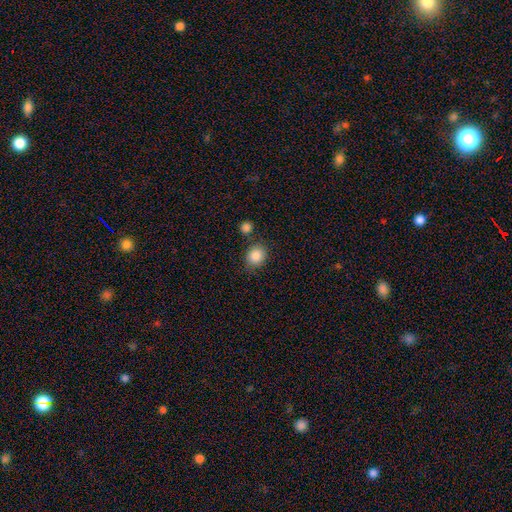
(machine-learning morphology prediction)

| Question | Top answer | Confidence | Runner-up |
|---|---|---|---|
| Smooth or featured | smooth | 87% | star or artifact (9%) |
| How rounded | round | 72% | in between (27%) |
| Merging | none | 76% | minor disturbance (12%) |